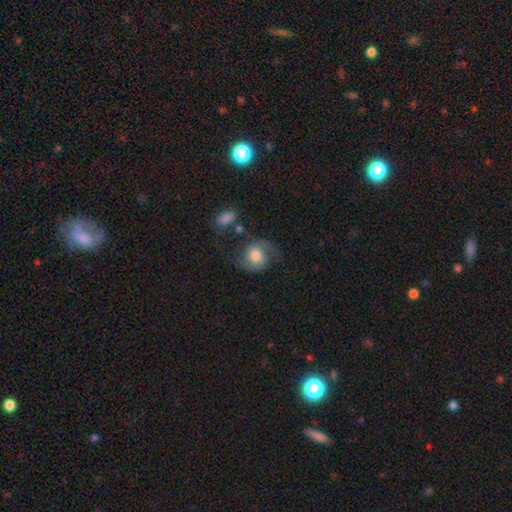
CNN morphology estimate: type=featured or disk (71%); edge-on=no (98%); bar=no (70%); spiral arms=yes (94%); winding=medium (46%); arm count=2 (91%); bulge=moderate (51%); merging=none (62%).